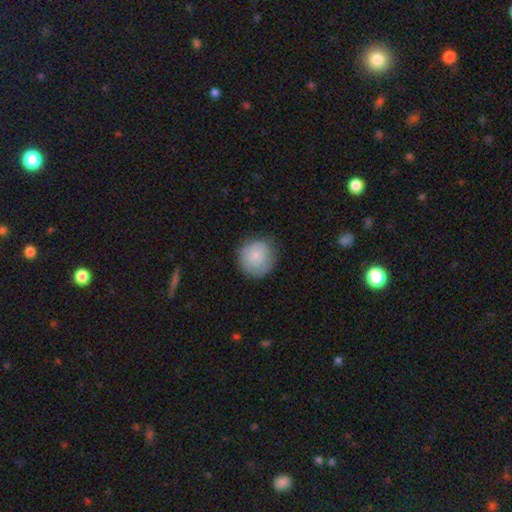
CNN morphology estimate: Smooth or featured? smooth (80%)
How rounded? round (90%)
Merging? none (77%)